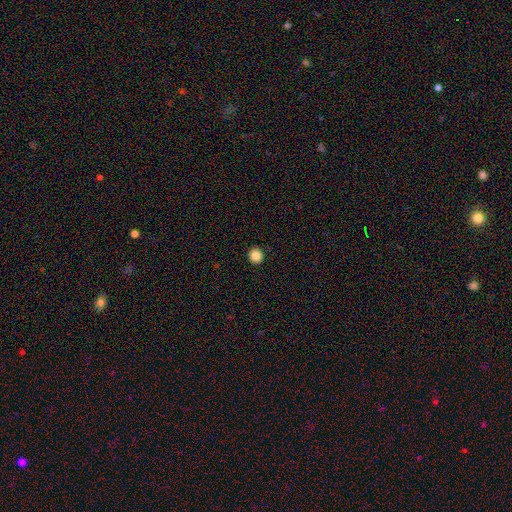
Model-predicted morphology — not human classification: Smooth or featured? Predicted: smooth (p=0.87). How rounded? Predicted: round (p=0.91). Merging? Predicted: none (p=0.93).